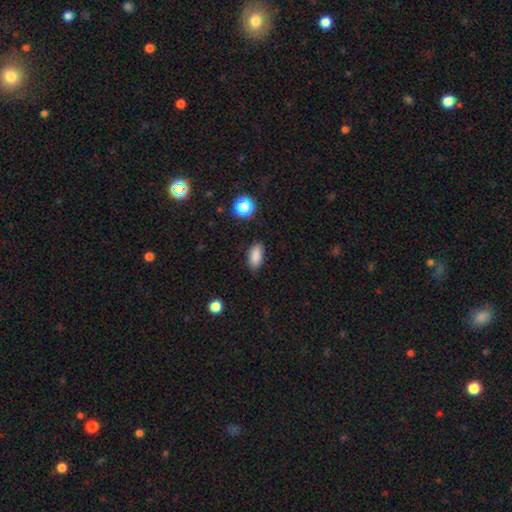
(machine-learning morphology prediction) This is clearly a smooth galaxy (86%). How rounded: clearly in between (89%). Merging: clearly none (83%).